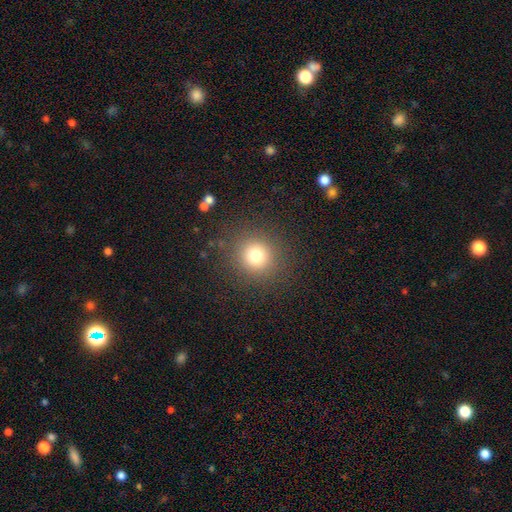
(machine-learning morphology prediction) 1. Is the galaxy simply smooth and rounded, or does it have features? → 76% smooth, 15% star or artifact, 8% featured or disk.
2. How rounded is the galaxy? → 92% round, 7% in between, 1% cigar-shaped.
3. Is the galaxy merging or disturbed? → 88% none, 7% minor disturbance, 4% major disturbance, 1% merger.